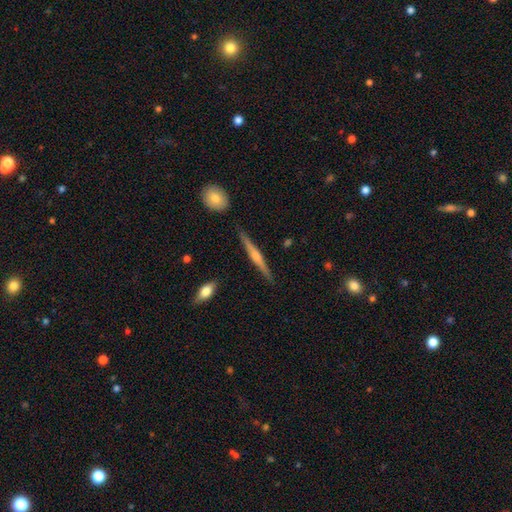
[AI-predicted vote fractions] The model was most divided on "smooth or featured": featured or disk: 70%, smooth: 25%, star or artifact: 6%. More confident: edge-on disk — yes (98%); merging — none (90%); edge-on bulge — rounded (80%).